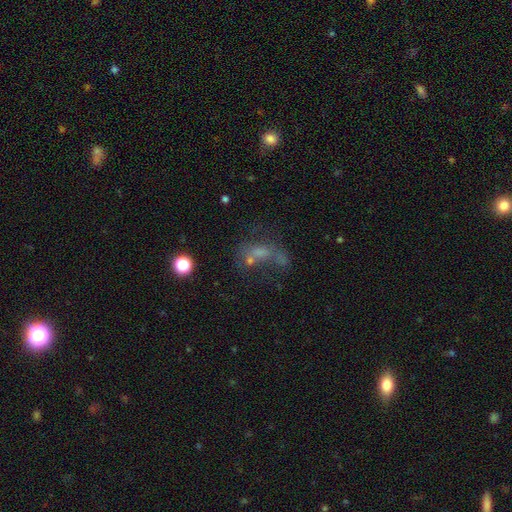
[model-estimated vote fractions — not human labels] Smooth or featured: smooth — 37% (featured or disk — 32%)
Merging: merger — 38% (none — 29%)